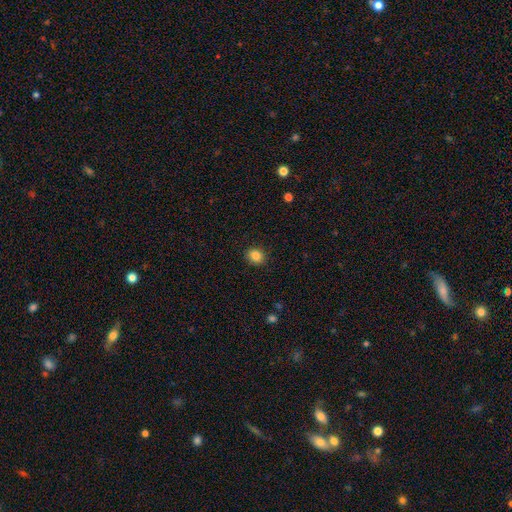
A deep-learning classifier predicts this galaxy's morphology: This appears to be a smooth galaxy with no disk features (85%) that is round (74%). Merging: none (89%).